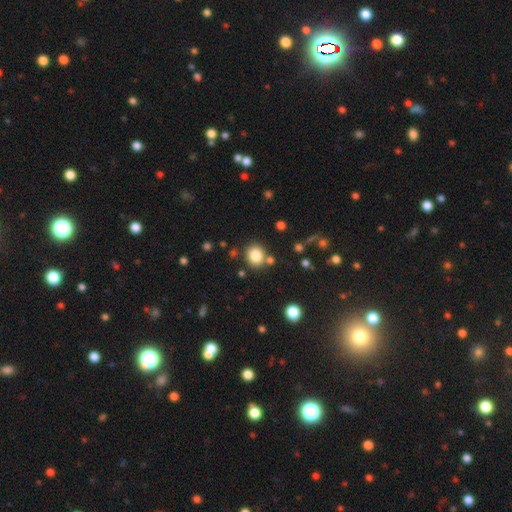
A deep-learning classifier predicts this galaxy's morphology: This is clearly a smooth galaxy (84%). How rounded: likely round (75%). Merging: likely none (80%).